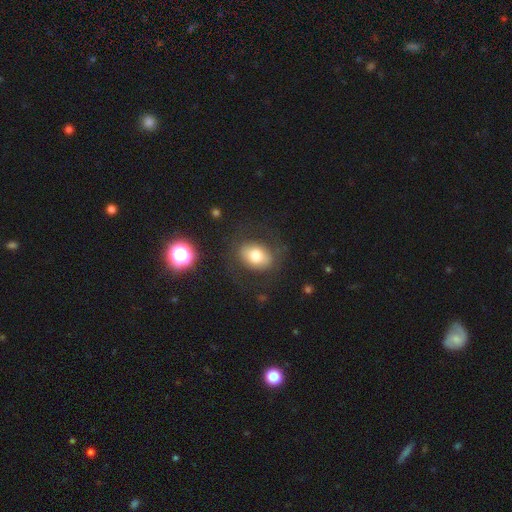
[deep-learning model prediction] Smooth or featured: smooth — 70% (featured or disk — 20%)
How rounded: in between — 69% (round — 30%)
Merging: none — 76% (minor disturbance — 13%)